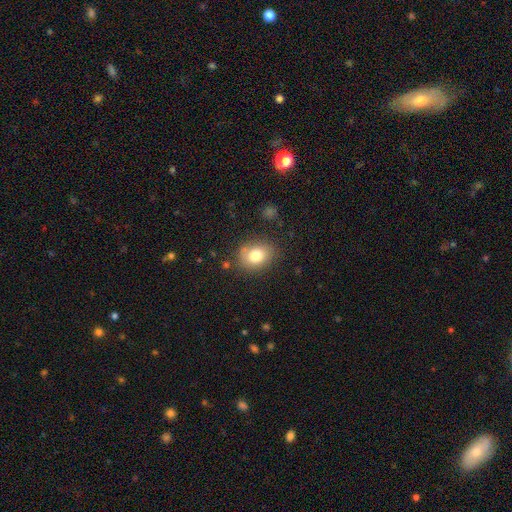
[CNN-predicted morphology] smooth_or_featured: smooth (p=0.78) [alt: featured or disk p=0.12]
how_rounded: in between (p=0.52) [alt: round p=0.47]
merging: none (p=0.75) [alt: minor disturbance p=0.17]